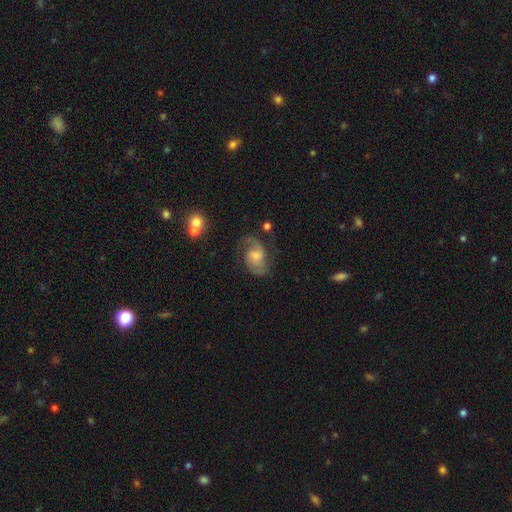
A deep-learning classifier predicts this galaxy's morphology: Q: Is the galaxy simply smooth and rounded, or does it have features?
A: featured or disk — 79%.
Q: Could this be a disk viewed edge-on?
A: no — 98%.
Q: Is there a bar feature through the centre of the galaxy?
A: no — 48%.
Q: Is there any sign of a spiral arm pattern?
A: yes — 94%.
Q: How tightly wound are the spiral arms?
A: medium — 53%.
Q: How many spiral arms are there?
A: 2 — 86%.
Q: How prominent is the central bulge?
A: moderate — 43%.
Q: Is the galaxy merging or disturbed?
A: none — 66%.